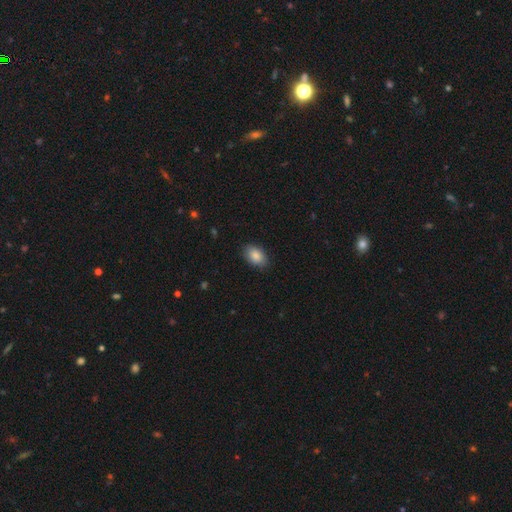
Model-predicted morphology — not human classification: type=smooth (87%); roundness=in between (87%); merging=none (85%).